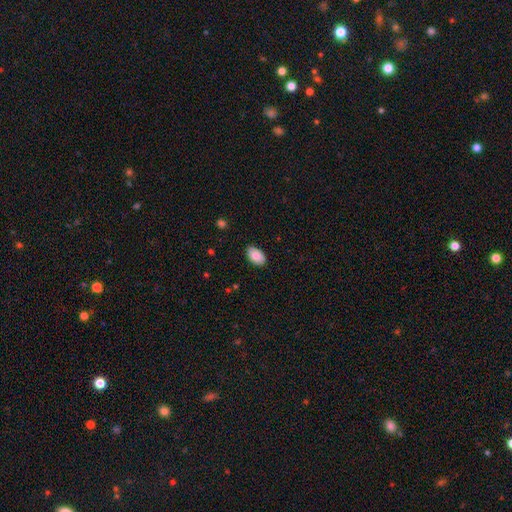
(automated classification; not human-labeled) smooth 84%, featured or disk 10%, star or artifact 7%. Down the decision tree: how rounded — in between (93%); merging — none (87%).